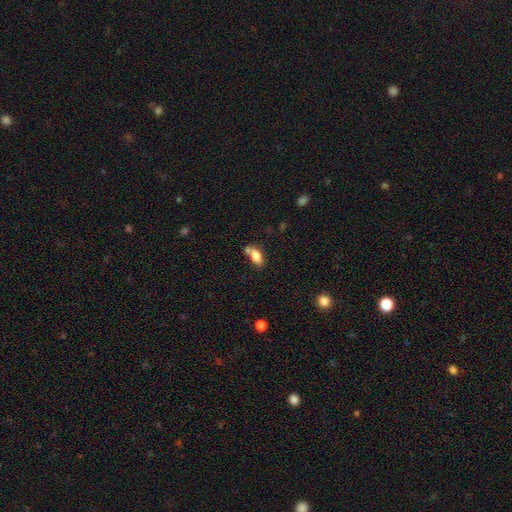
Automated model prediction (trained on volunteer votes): Morphology: type=smooth (79%); roundness=in between (88%); merging=none (47%).